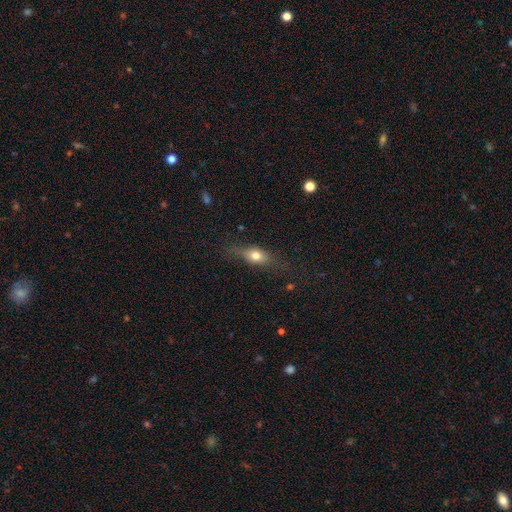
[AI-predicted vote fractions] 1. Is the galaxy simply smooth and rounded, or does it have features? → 69% smooth, 22% featured or disk, 10% star or artifact.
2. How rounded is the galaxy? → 67% in between, 19% cigar-shaped, 14% round.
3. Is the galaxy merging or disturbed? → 66% none, 23% minor disturbance, 10% major disturbance, 2% merger.